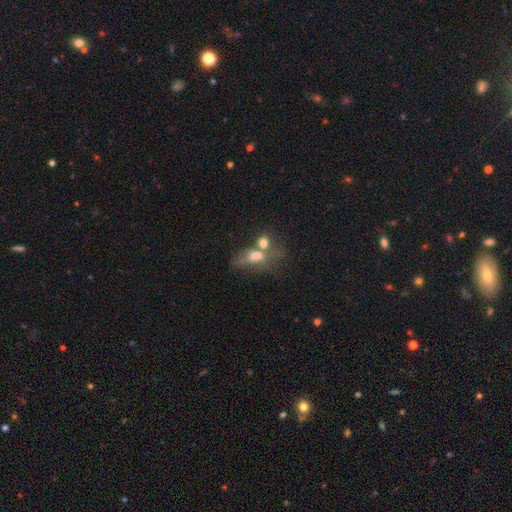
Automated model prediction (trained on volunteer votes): This appears to be a smooth galaxy with no disk features (59%) that is in between round and cigar-shaped (68%). Merging: merger (45%).